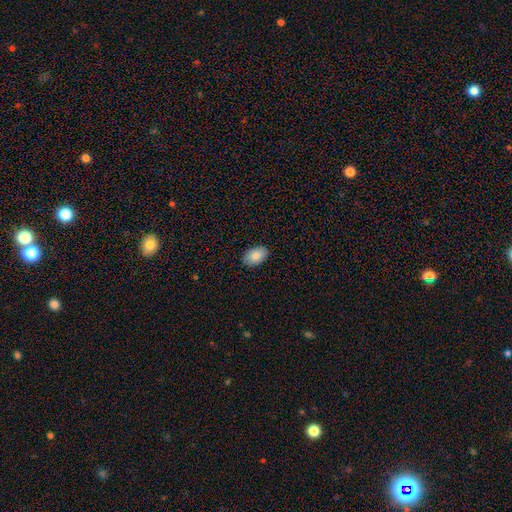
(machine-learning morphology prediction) This appears to be a smooth galaxy with no disk features (87%) that is in between round and cigar-shaped (92%). Merging: none (88%).